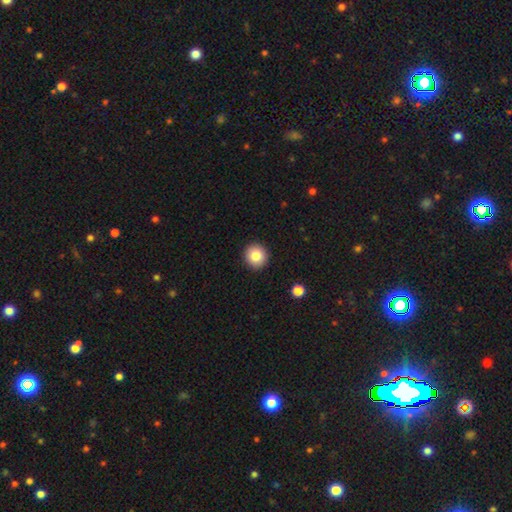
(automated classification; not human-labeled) A smooth galaxy with no disk features (83%) that is round (94%).

Vote fractions:
- Smooth or featured? smooth: 83% / star or artifact: 9% / featured or disk: 8%
- How rounded? round: 94% / in between: 5% / cigar-shaped: 1%
- Merging? none: 93% / minor disturbance: 5% / major disturbance: 2% / merger: 1%